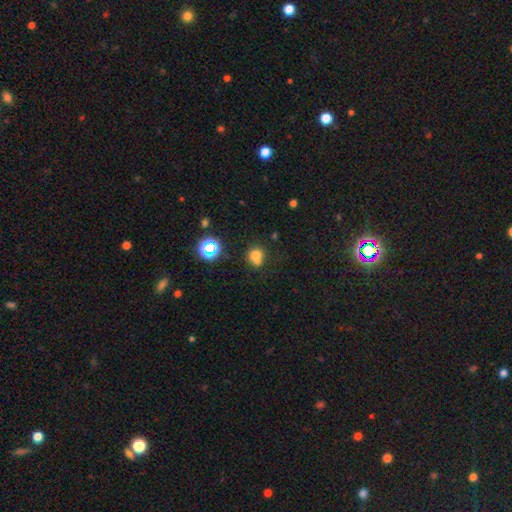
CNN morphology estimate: smooth-or-featured: smooth: 71% | star or artifact: 18% | featured or disk: 11%
  how-rounded: round: 84% | in between: 15% | cigar-shaped: 1%
  merging: none: 54% | merger: 31% | minor disturbance: 11% | major disturbance: 4%